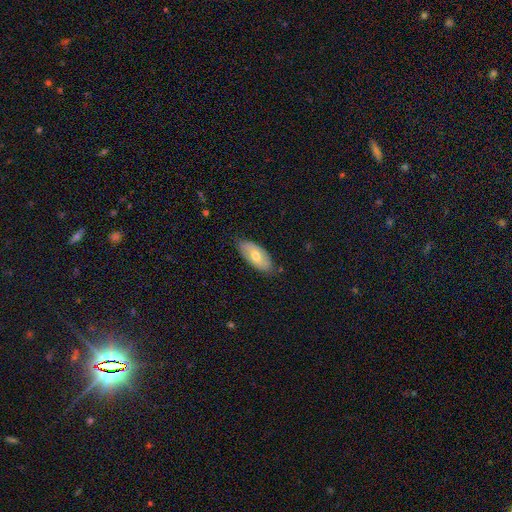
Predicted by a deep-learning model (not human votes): The model was most divided on "smooth or featured": smooth: 62%, featured or disk: 32%, star or artifact: 6%. More confident: how rounded — in between (89%); merging — none (80%).